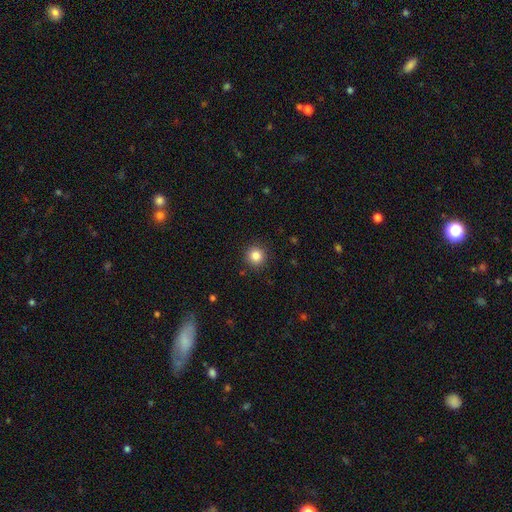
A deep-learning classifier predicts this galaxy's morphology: smooth 84%, star or artifact 11%, featured or disk 5%. Down the decision tree: how rounded — round (95%); merging — none (91%).